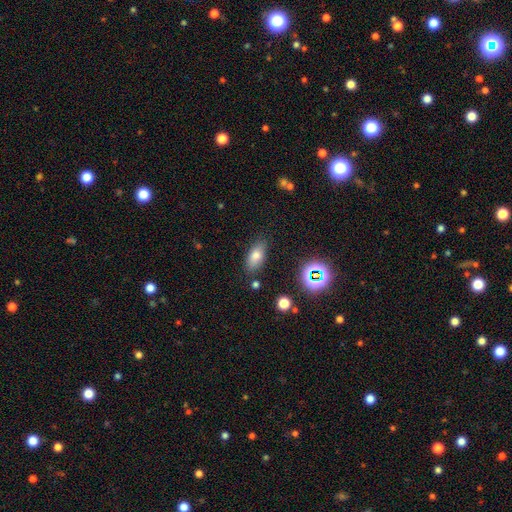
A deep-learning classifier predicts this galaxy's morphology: This appears to be a smooth galaxy with no disk features (74%) that is in between round and cigar-shaped (83%). Merging: none (81%).